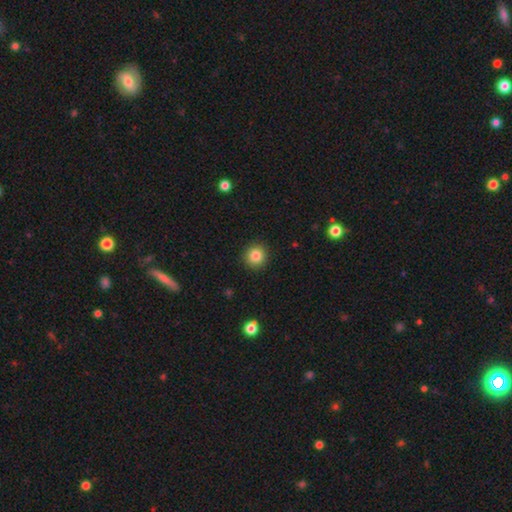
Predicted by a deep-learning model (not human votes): smooth-or-featured: smooth: 85% | star or artifact: 10% | featured or disk: 5%
  how-rounded: round: 93% | in between: 6% | cigar-shaped: 1%
  merging: none: 92% | minor disturbance: 6% | major disturbance: 2% | merger: 1%